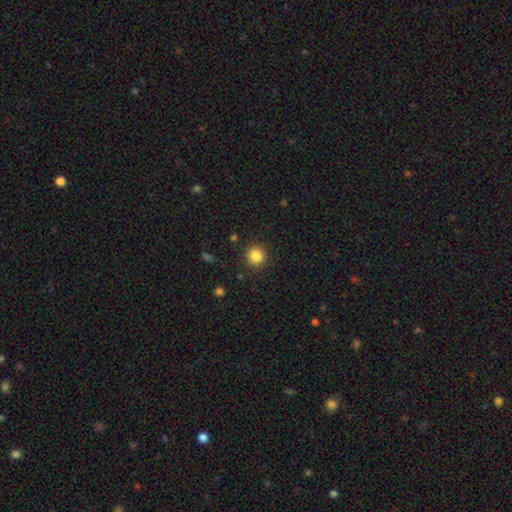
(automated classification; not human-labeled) Morphology: type=smooth (84%); roundness=round (92%); merging=none (90%).